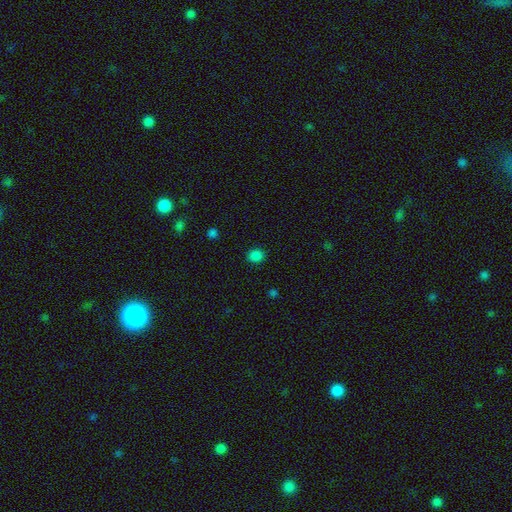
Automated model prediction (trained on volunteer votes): The model was most divided on "how rounded": round: 73%, in between: 26%, cigar-shaped: 1%. More confident: merging — none (90%); smooth or featured — smooth (83%).